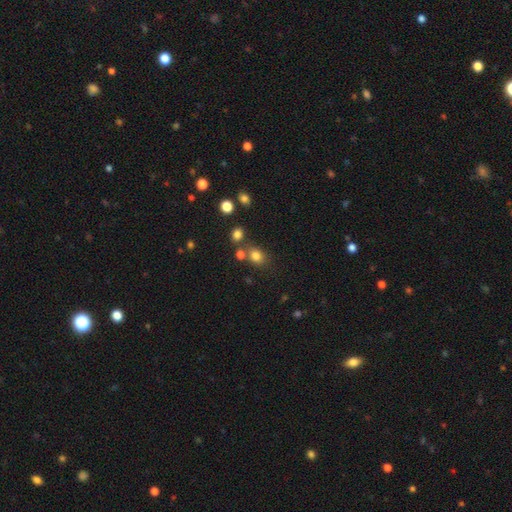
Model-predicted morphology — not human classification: A smooth galaxy with no disk features (78%) that is round (55%). Merging: none (65%).